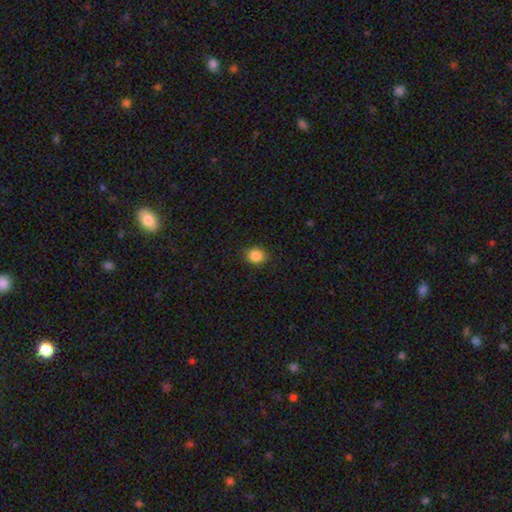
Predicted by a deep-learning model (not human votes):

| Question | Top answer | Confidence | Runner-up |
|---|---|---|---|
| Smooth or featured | smooth | 86% | star or artifact (10%) |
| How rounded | round | 72% | in between (27%) |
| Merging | none | 88% | minor disturbance (9%) |